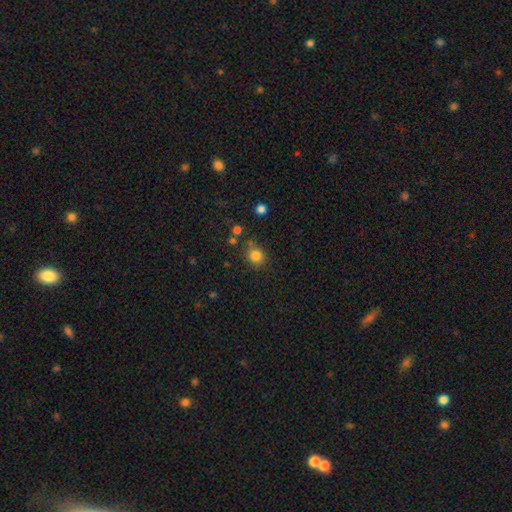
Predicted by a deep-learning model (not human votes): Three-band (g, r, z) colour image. It shows a smooth galaxy with no disk features (82%) that is round (86%). Merging: none (78%).